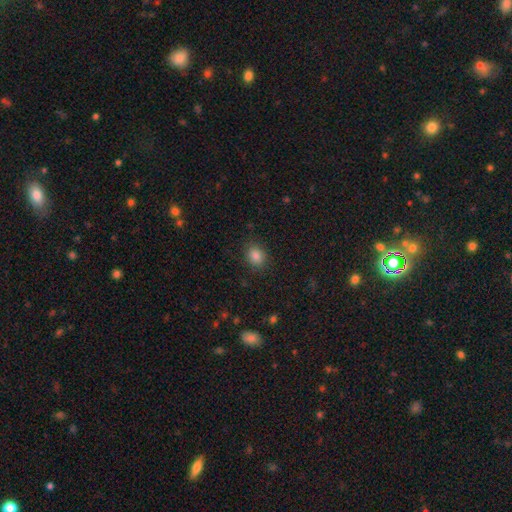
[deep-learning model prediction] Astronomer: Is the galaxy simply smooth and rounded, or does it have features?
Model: smooth — 84%.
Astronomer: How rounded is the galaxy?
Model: round — 56% (runner-up: in between, 43%).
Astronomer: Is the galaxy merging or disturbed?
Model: none — 87%.